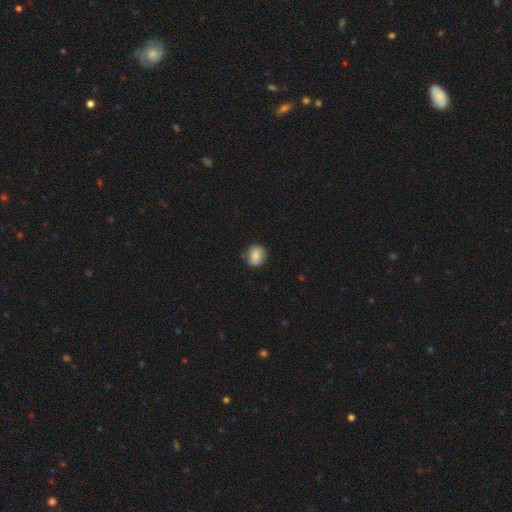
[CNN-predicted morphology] Smooth or featured?
  - smooth: 80% *
  - featured or disk: 11%
  - star or artifact: 9%
How rounded?
  - round: 69% *
  - in between: 30%
  - cigar-shaped: 1%
Merging?
  - none: 78% *
  - minor disturbance: 17%
  - major disturbance: 3%
  - merger: 2%